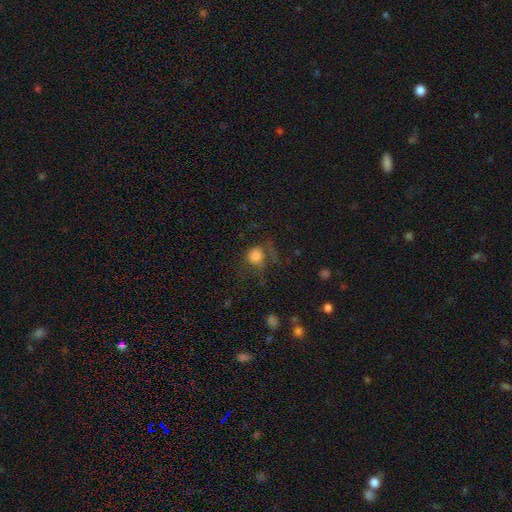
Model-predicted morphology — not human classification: Smooth or featured? smooth (73%)
How rounded? round (83%)
Merging? none (52%)